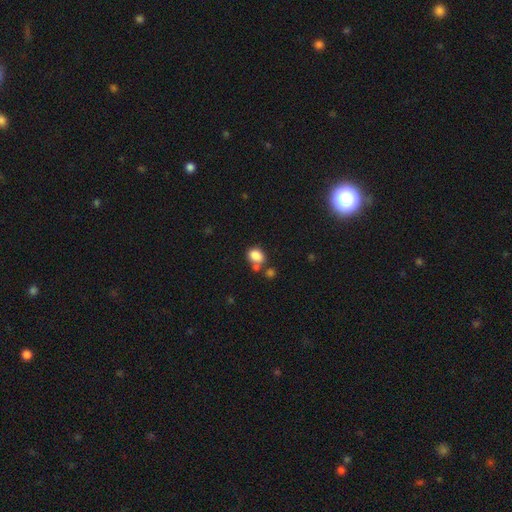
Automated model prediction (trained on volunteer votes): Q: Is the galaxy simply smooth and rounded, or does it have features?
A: smooth — 84%.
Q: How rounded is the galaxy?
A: in between — 65%.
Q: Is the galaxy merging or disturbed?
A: none — 54%.